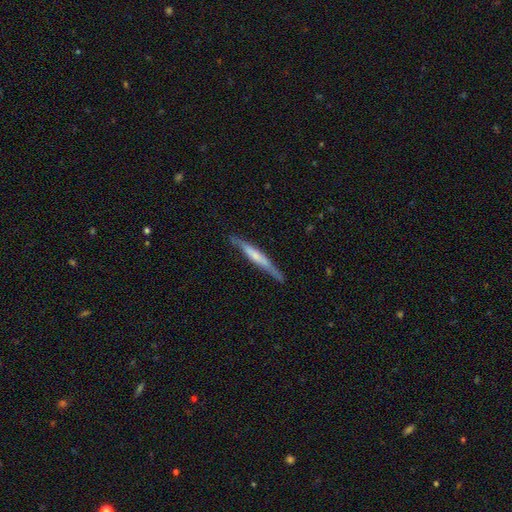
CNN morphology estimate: Smooth or featured? featured or disk (56%)
Edge-on disk? yes (94%)
Edge-on bulge? none (42%)
Merging? none (81%)